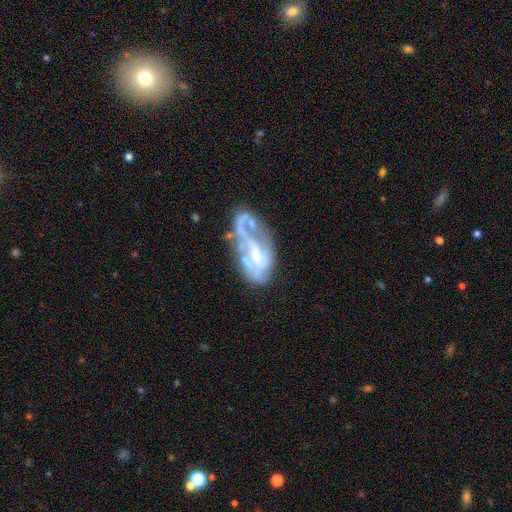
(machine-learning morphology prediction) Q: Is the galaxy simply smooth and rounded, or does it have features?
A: featured or disk — 76%.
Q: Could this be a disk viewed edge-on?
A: no — 95%.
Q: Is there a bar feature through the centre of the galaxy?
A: no — 46%.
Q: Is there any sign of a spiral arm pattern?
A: yes — 71%.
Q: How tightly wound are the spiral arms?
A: medium — 39%.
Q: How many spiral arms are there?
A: can't tell — 35%.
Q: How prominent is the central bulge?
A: small — 47%.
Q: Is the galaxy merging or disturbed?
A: none — 38%.